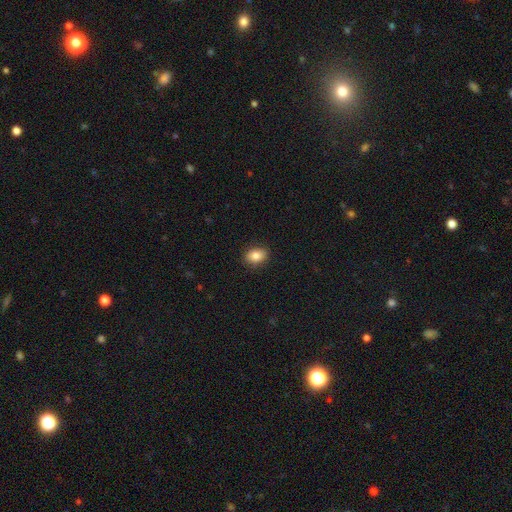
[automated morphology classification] smooth-or-featured: smooth: 84% | star or artifact: 9% | featured or disk: 7%
  how-rounded: in between: 74% | round: 24% | cigar-shaped: 1%
  merging: none: 88% | minor disturbance: 9% | major disturbance: 2% | merger: 1%